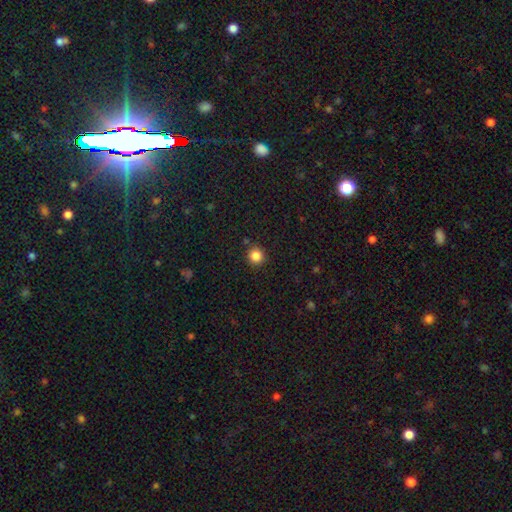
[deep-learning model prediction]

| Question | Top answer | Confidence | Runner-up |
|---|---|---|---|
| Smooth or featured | smooth | 85% | star or artifact (11%) |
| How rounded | round | 94% | in between (5%) |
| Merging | none | 90% | minor disturbance (6%) |